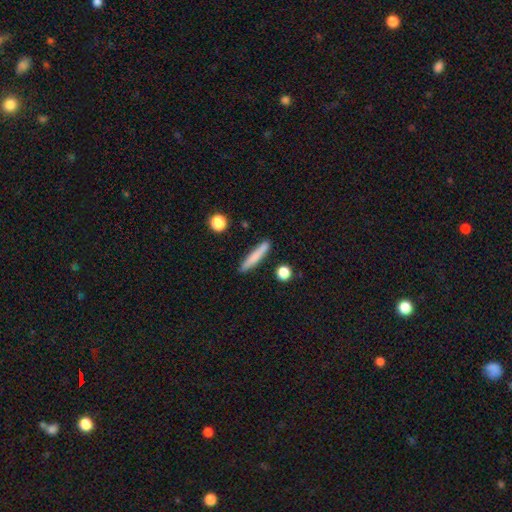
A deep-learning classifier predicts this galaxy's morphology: This is likely a smooth galaxy (75%). How rounded: clearly cigar-shaped (93%). Merging: clearly none (88%).